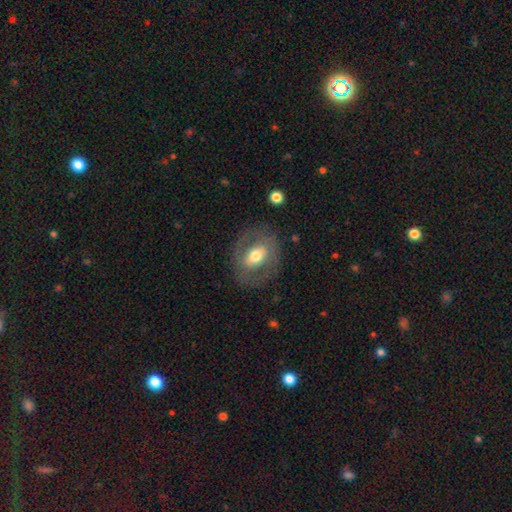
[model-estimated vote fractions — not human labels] A featured or disk galaxy (50%). Merging: none (77%).